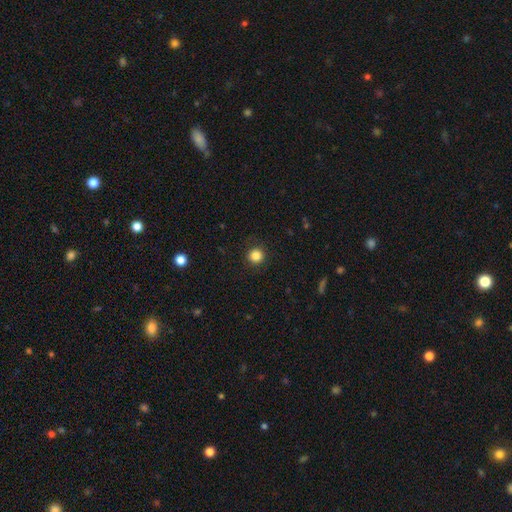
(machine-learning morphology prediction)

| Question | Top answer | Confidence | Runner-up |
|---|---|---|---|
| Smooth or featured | smooth | 85% | star or artifact (11%) |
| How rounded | round | 93% | in between (6%) |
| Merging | none | 89% | minor disturbance (7%) |